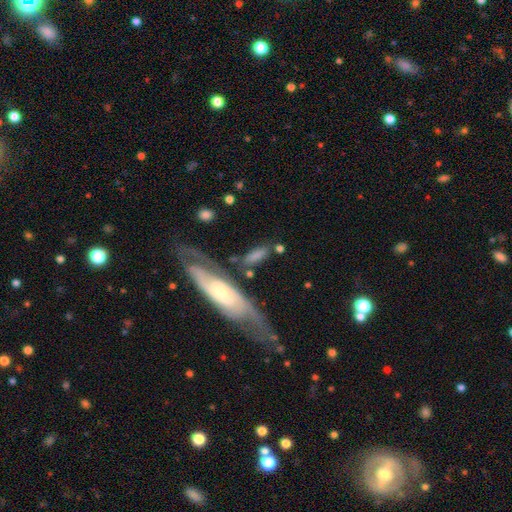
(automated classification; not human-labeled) Smooth or featured: smooth — 62% (featured or disk — 31%)
How rounded: in between — 54% (cigar-shaped — 41%)
Merging: none — 59% (minor disturbance — 18%)